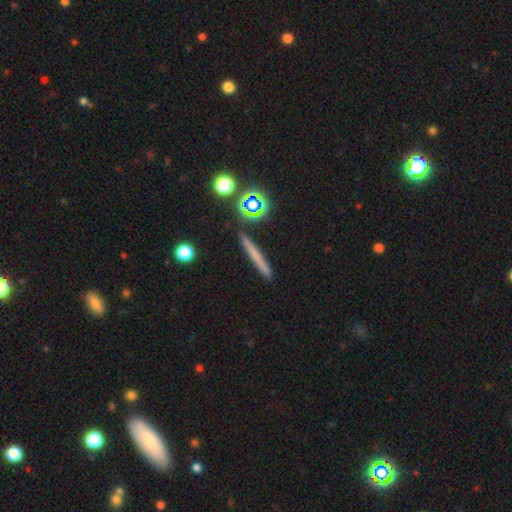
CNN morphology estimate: type=smooth (56%); roundness=cigar-shaped (90%); merging=none (89%).